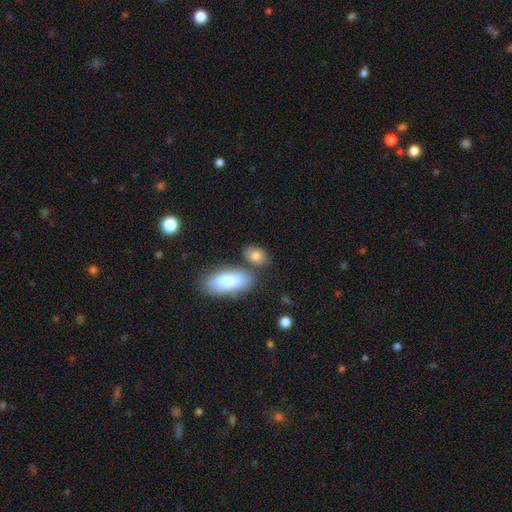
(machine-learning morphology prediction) Smooth or featured? smooth (81%)
How rounded? in between (82%)
Merging? none (64%)